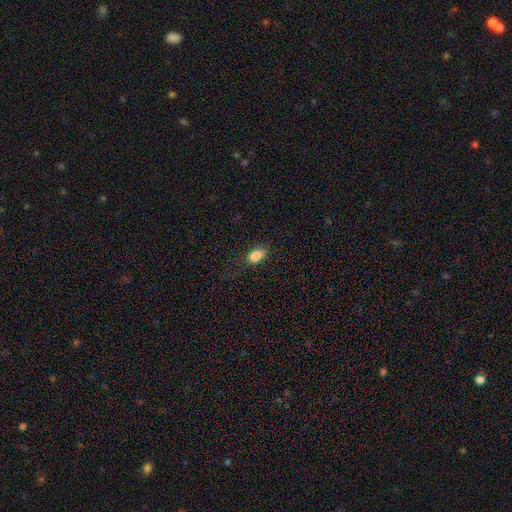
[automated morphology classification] This is clearly a smooth galaxy (85%). How rounded: clearly in between (87%). Merging: likely none (74%).